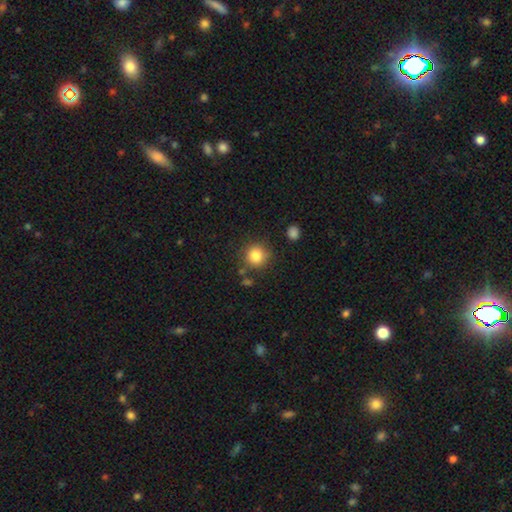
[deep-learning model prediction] A smooth galaxy with no disk features (84%) that is round (92%).

Vote fractions:
- Smooth or featured? smooth: 84% / star or artifact: 10% / featured or disk: 6%
- How rounded? round: 92% / in between: 7% / cigar-shaped: 1%
- Merging? none: 81% / minor disturbance: 10% / merger: 5% / major disturbance: 3%